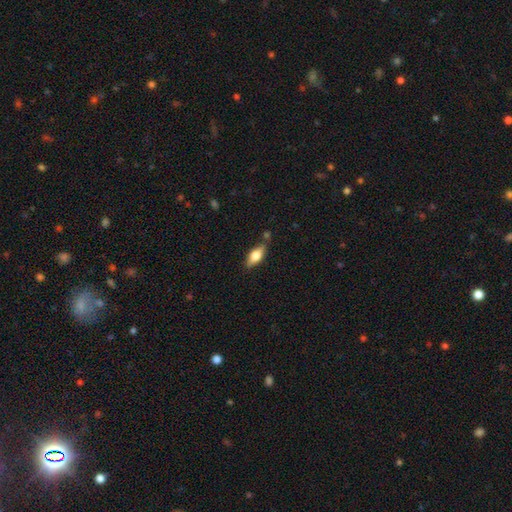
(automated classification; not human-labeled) This is possibly a smooth galaxy (56%). How rounded: likely in between (73%). Merging: likely none (76%).